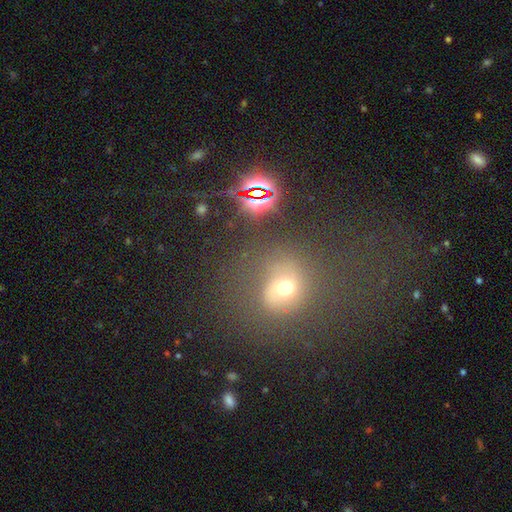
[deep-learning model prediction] Morphology: type=smooth (47%); merging=none (47%).